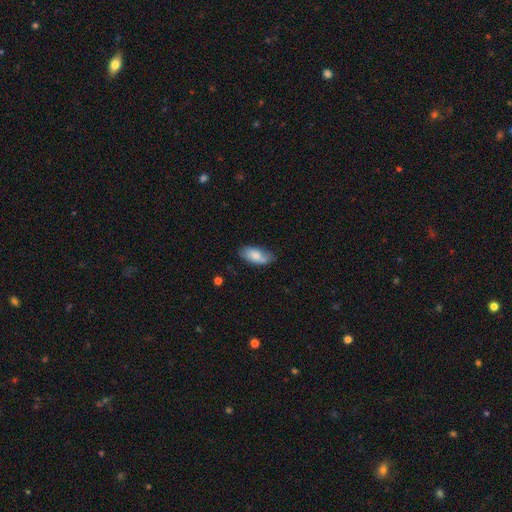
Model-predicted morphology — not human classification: This appears to be a smooth galaxy with no disk features (76%) that is in between round and cigar-shaped (88%). Merging: none (65%).